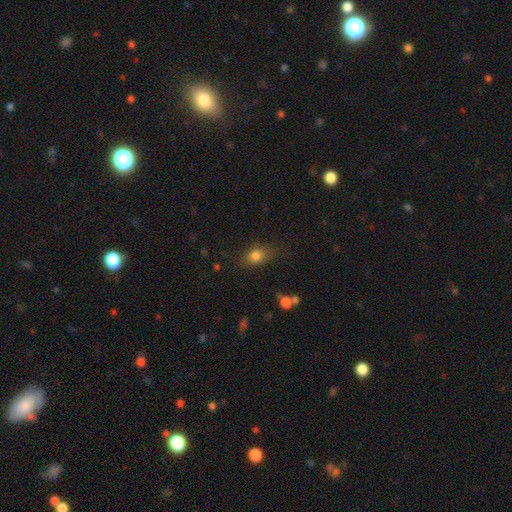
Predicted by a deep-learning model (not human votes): Overall: smooth (78%). How rounded: in between (63%; round 33%). Merging: none (69%).